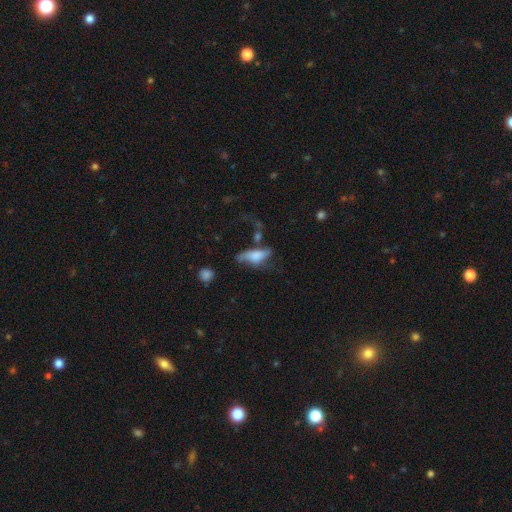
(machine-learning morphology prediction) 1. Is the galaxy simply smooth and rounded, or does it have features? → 55% smooth, 35% featured or disk, 10% star or artifact.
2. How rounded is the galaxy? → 74% in between, 21% cigar-shaped, 5% round.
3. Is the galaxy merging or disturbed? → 33% major disturbance, 31% none, 24% minor disturbance, 12% merger.